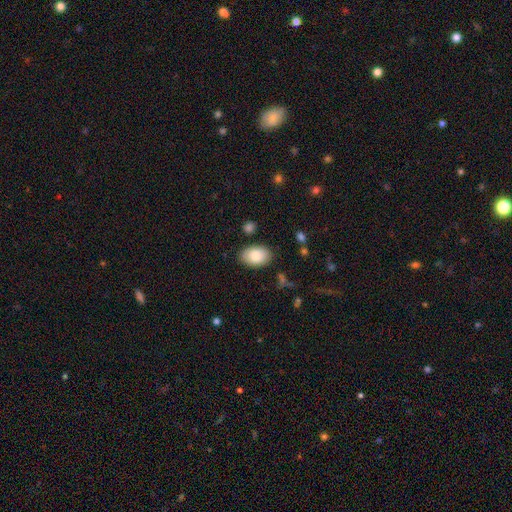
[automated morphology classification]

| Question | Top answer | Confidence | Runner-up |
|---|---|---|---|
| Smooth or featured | smooth | 84% | featured or disk (10%) |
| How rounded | in between | 90% | round (9%) |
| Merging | none | 85% | minor disturbance (11%) |